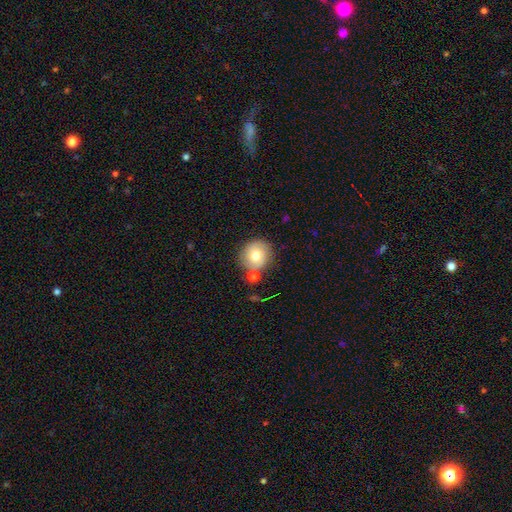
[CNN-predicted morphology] smooth-or-featured: smooth: 62% | featured or disk: 28% | star or artifact: 9%
  how-rounded: round: 88% | in between: 11% | cigar-shaped: 1%
  merging: none: 71% | minor disturbance: 14% | merger: 10% | major disturbance: 5%